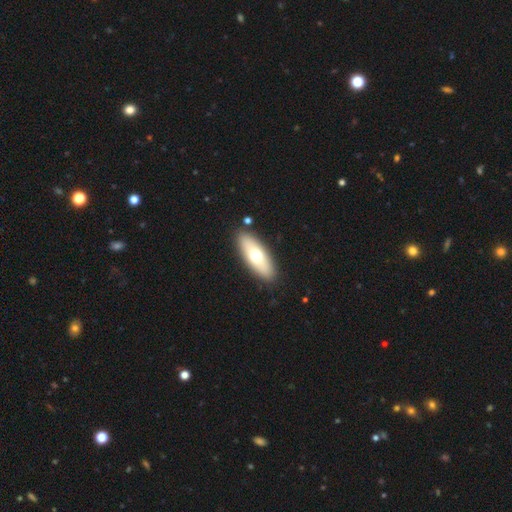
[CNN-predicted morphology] Q: Smooth or featured?
A: smooth (61%); runner-up: featured or disk (33%)
Q: How rounded?
A: in between (69%); runner-up: cigar-shaped (29%)
Q: Merging?
A: none (88%); runner-up: minor disturbance (8%)